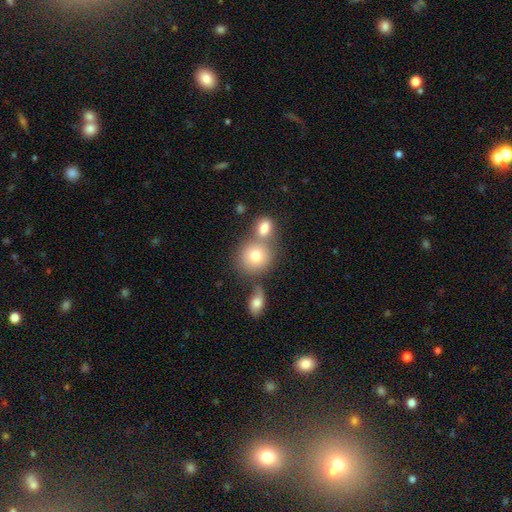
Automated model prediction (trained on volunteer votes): Smooth or featured? Predicted: smooth (p=0.59). How rounded? Predicted: round (p=0.81). Merging? Predicted: none (p=0.67).